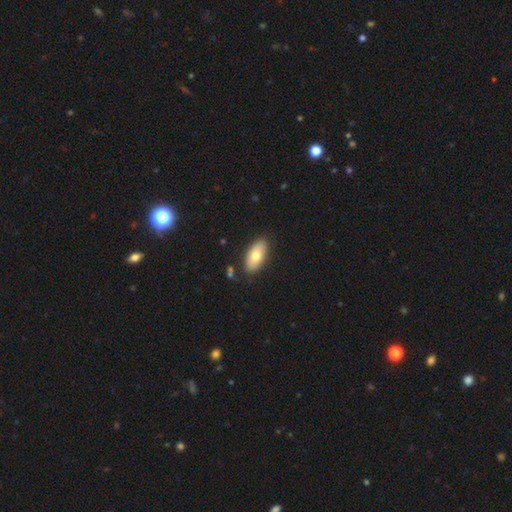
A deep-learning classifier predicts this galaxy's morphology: smooth 74%, featured or disk 19%, star or artifact 6%. Down the decision tree: how rounded — in between (90%); merging — none (85%).